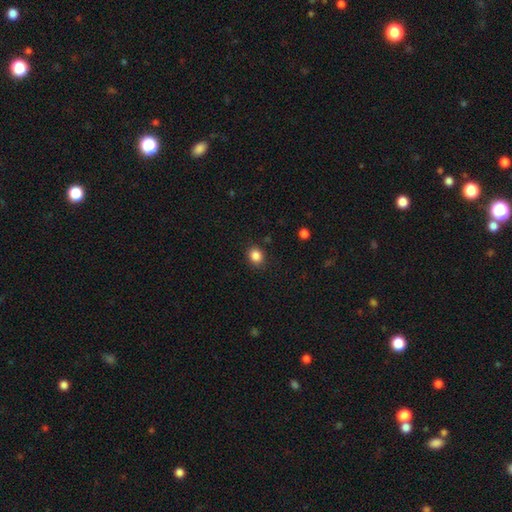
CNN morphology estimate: A smooth galaxy with no disk features (86%) that is round (66%).

Vote fractions:
- Smooth or featured? smooth: 86% / star or artifact: 10% / featured or disk: 4%
- How rounded? round: 66% / in between: 33% / cigar-shaped: 1%
- Merging? none: 88% / minor disturbance: 8% / major disturbance: 3% / merger: 1%